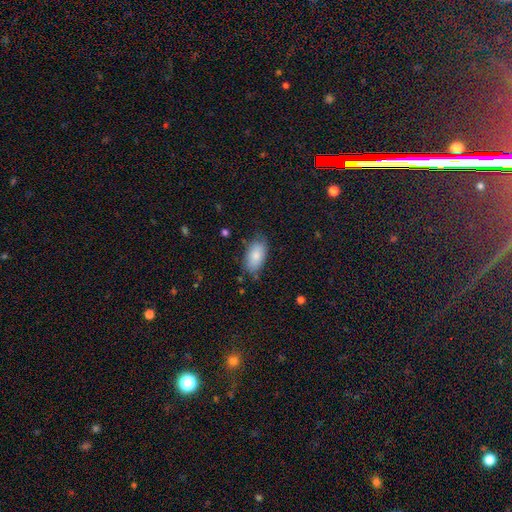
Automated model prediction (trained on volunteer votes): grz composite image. It shows a smooth galaxy with no disk features (83%) that is in between round and cigar-shaped (94%). Merging: none (72%).